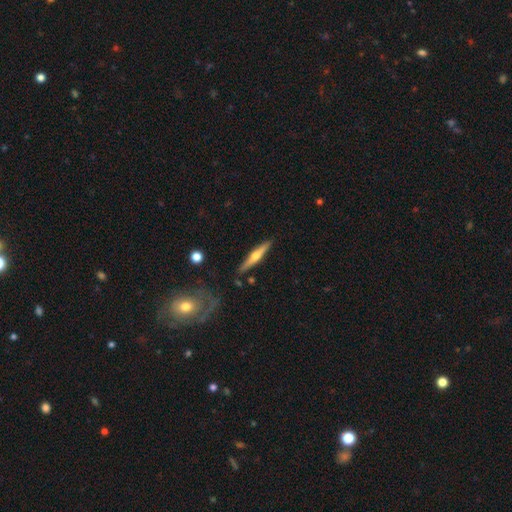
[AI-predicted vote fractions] The model was most divided on "smooth or featured": featured or disk: 63%, smooth: 32%, star or artifact: 5%. More confident: edge-on disk — yes (97%); edge-on bulge — rounded (92%); merging — none (87%).